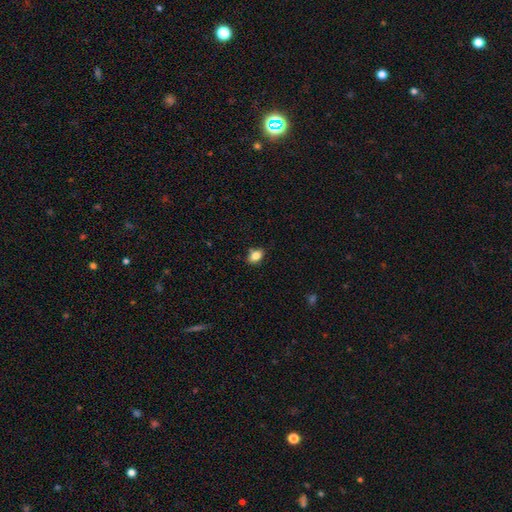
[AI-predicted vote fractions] The model was most divided on "merging": none: 78%, minor disturbance: 16%, merger: 4%, major disturbance: 3%. More confident: smooth or featured — smooth (82%); how rounded — in between (81%).